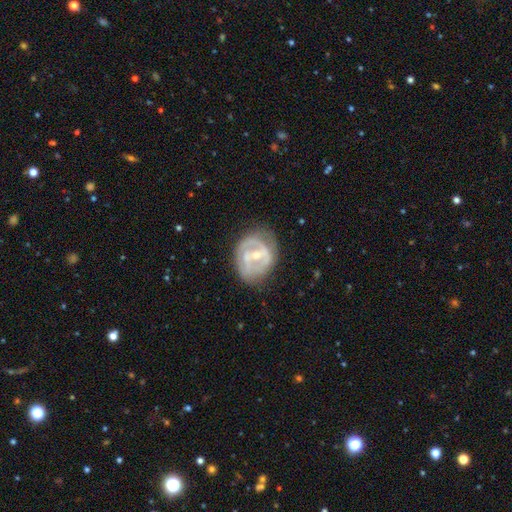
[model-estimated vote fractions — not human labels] Smooth or featured: featured or disk — 75% (smooth — 19%)
Edge-on disk: no — 97% (yes — 3%)
Bar: weak — 43% (strong — 34%)
Spiral arms: yes — 63% (no — 37%)
Bulge size: small — 50% (moderate — 45%)
Merging: none — 59% (minor disturbance — 26%)